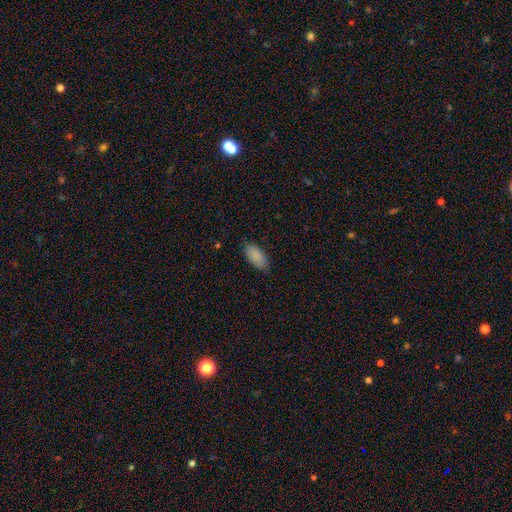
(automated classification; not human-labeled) This appears to be a smooth galaxy with no disk features (88%) that is in between round and cigar-shaped (92%). Merging: none (83%).